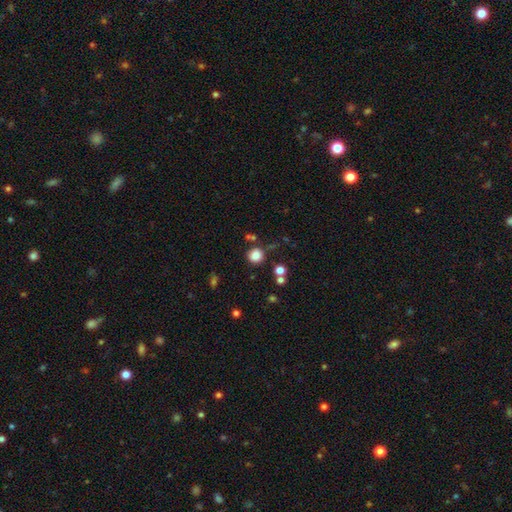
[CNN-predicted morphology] smooth_or_featured: smooth (p=0.83) [alt: star or artifact p=0.13]
how_rounded: round (p=0.92) [alt: in between p=0.07]
merging: none (p=0.82) [alt: minor disturbance p=0.08]